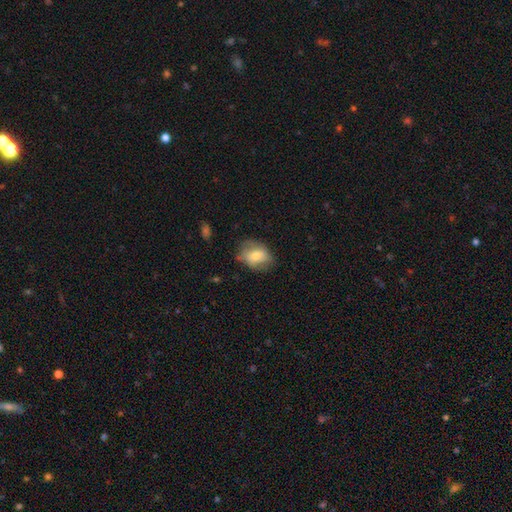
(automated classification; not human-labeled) Overall: smooth (65%; featured or disk 26%). How rounded: in between (60%; round 39%). Merging: none (61%; minor disturbance 28%).